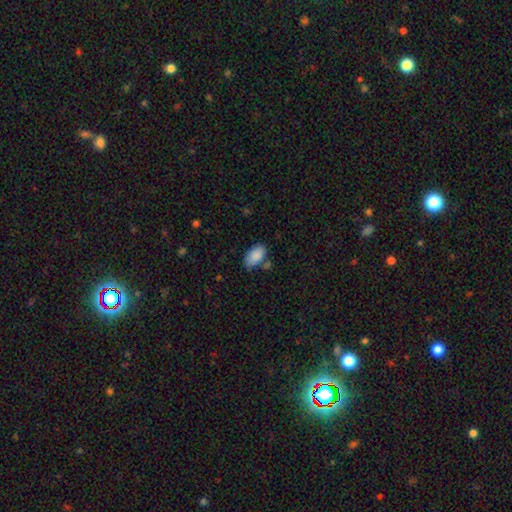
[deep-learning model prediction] Smooth or featured: smooth — 88% (star or artifact — 7%)
How rounded: in between — 95% (round — 3%)
Merging: none — 69% (minor disturbance — 18%)